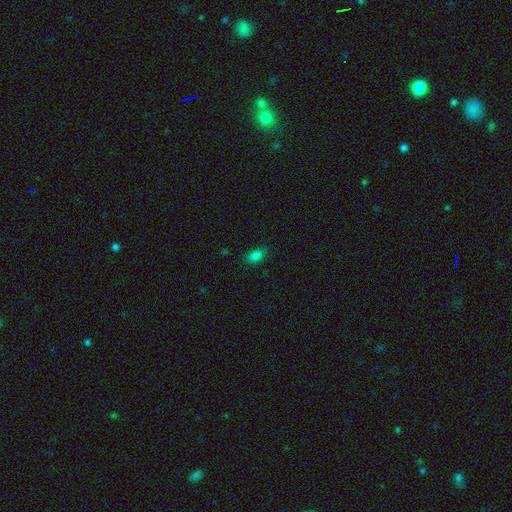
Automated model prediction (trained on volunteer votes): Morphology: type=smooth (82%); roundness=in between (85%); merging=none (83%).